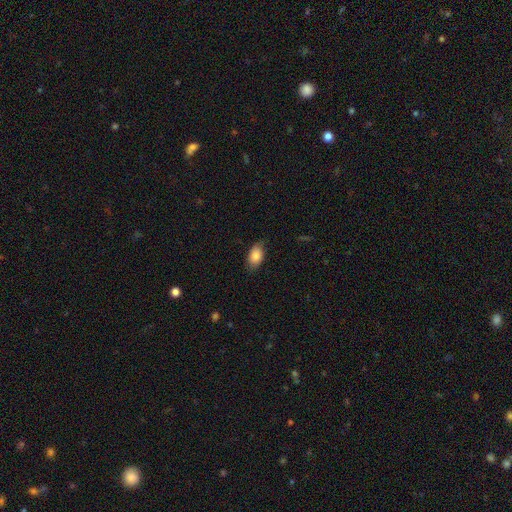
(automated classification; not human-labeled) A smooth galaxy with no disk features (84%) that is in between round and cigar-shaped (90%). Merging: none (76%).